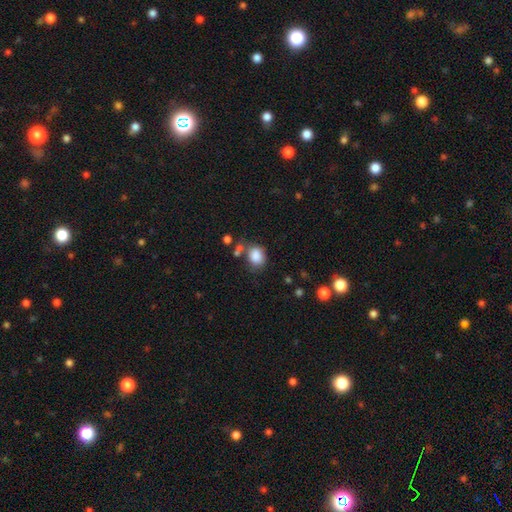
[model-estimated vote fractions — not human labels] Smooth or featured? Predicted: smooth (p=0.84). How rounded? Predicted: in between (p=0.51). Merging? Predicted: none (p=0.58).